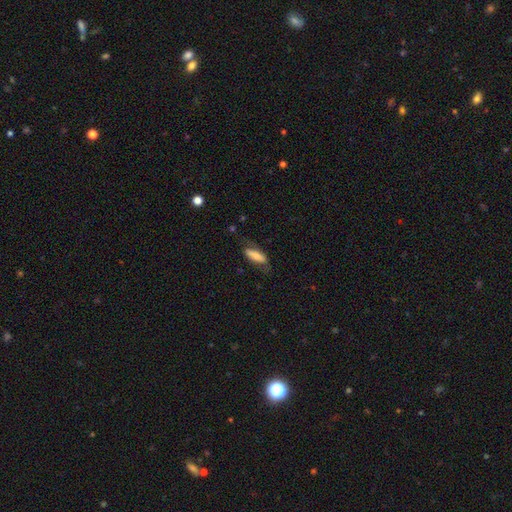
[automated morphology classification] This is likely a smooth galaxy (66%). How rounded: likely in between (60%). Merging: possibly none (57%).